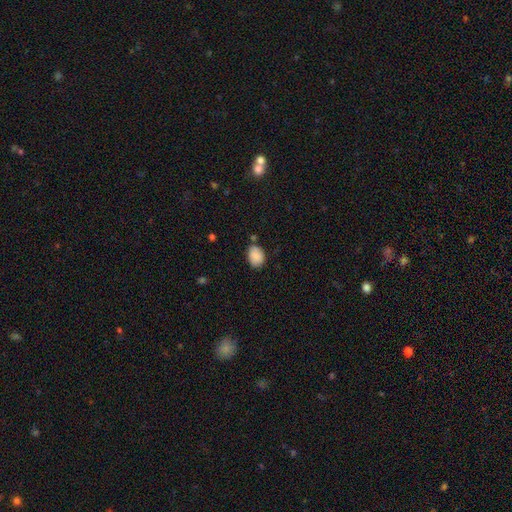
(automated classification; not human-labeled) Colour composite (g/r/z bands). It shows a smooth galaxy with no disk features (88%) that is in between round and cigar-shaped (74%). Merging: none (71%).